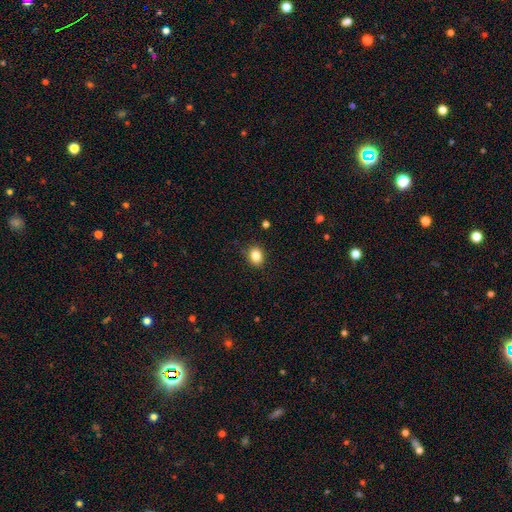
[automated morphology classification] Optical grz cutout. It shows a smooth galaxy with no disk features (85%) that is in between round and cigar-shaped (51%). Merging: none (87%).